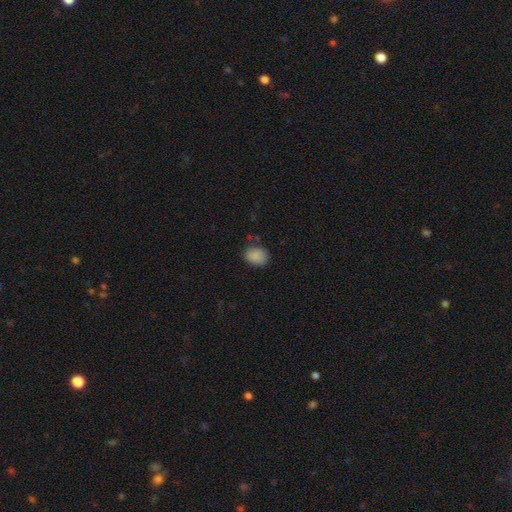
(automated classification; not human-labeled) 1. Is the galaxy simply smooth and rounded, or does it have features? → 86% smooth, 9% star or artifact, 5% featured or disk.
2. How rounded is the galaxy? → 58% in between, 42% round, 1% cigar-shaped.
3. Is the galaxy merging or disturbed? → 76% none, 18% minor disturbance, 4% major disturbance, 2% merger.